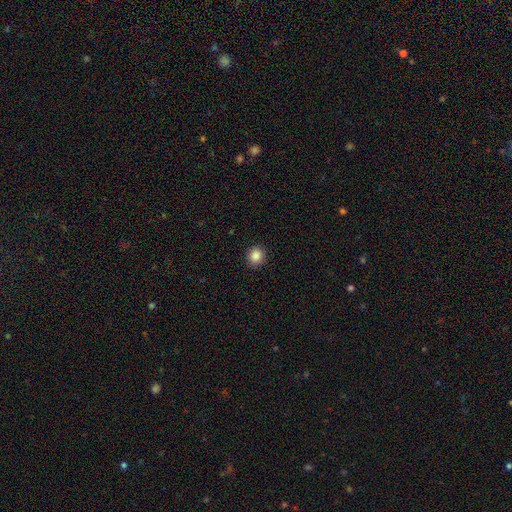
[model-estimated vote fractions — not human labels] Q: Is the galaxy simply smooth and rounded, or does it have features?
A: smooth — 87%.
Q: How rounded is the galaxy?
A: round — 88%.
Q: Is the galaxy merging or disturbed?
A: none — 91%.